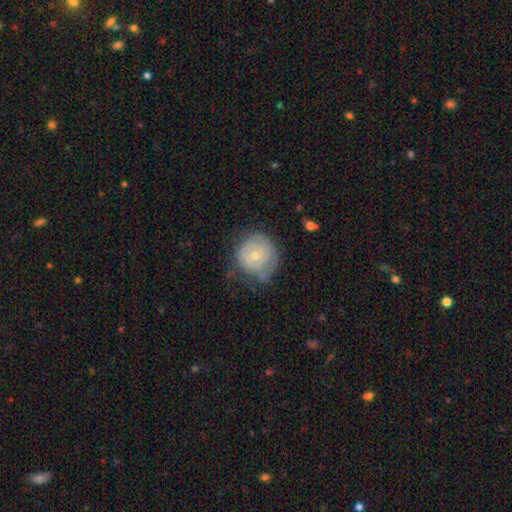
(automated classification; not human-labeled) The model was most divided on "smooth or featured": featured or disk: 50%, smooth: 43%, star or artifact: 7%. More confident: merging — none (53%).